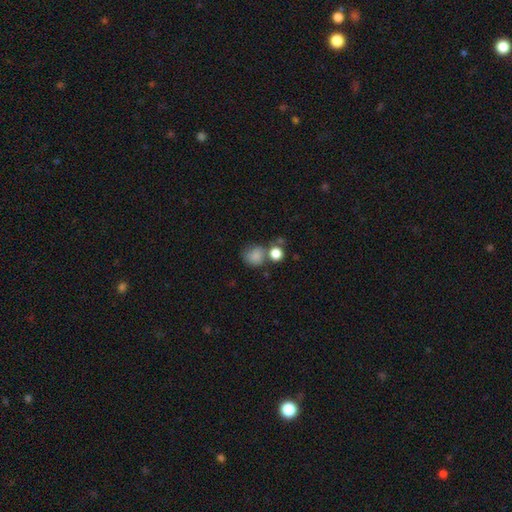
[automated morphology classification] Smooth or featured: smooth — 82% (star or artifact — 11%)
How rounded: round — 80% (in between — 19%)
Merging: none — 51% (merger — 27%)